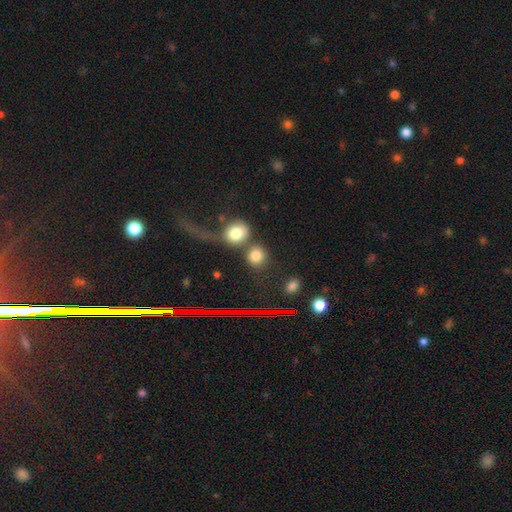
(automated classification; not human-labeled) Overall: smooth (78%). How rounded: round (77%). Merging: none (48%; merger 36%).